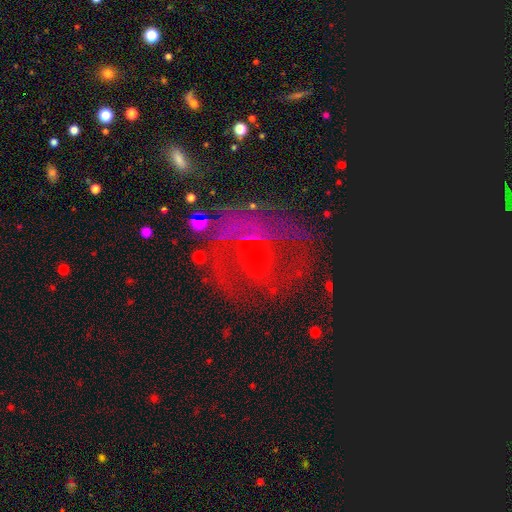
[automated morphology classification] A featured or disk galaxy (50%). Merging: none (48%).